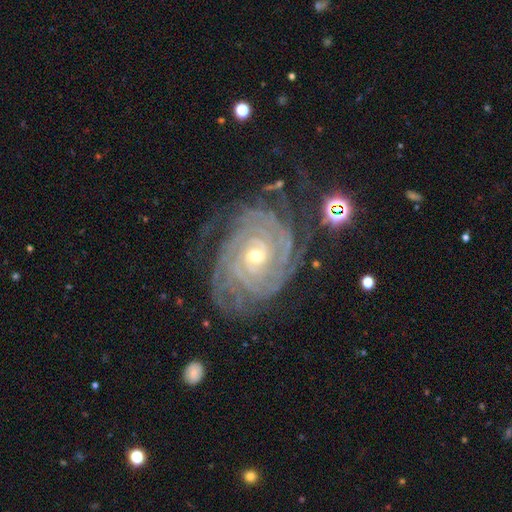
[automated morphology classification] Q: Smooth or featured?
A: featured or disk (90%); runner-up: star or artifact (6%)
Q: Edge-on disk?
A: no (97%); runner-up: yes (3%)
Q: Bar?
A: no (59%); runner-up: weak (28%)
Q: Spiral arms?
A: yes (98%); runner-up: no (2%)
Q: Spiral winding?
A: tight (84%); runner-up: medium (13%)
Q: Spiral arm count?
A: can't tell (25%); runner-up: 4 (22%)
Q: Bulge size?
A: small (53%); runner-up: moderate (44%)
Q: Merging?
A: none (73%); runner-up: minor disturbance (18%)